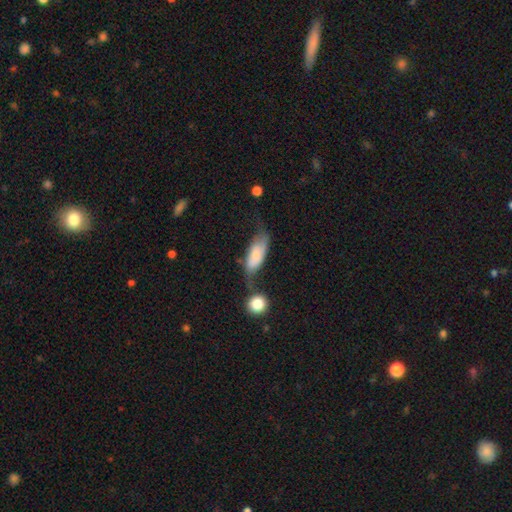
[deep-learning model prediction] Smooth or featured? Predicted: smooth (p=0.63). How rounded? Predicted: in between (p=0.79). Merging? Predicted: none (p=0.33).